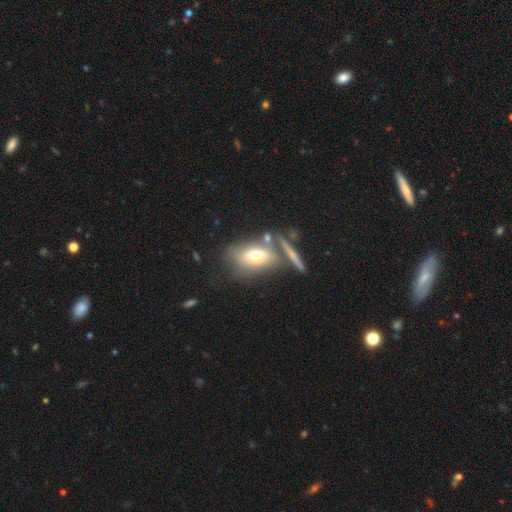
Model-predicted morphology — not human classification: This is likely a smooth galaxy (62%). How rounded: clearly in between (82%). Merging: possibly none (52%).